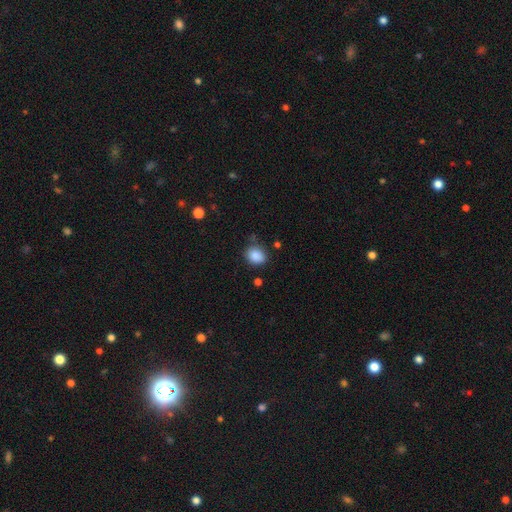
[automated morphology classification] Smooth or featured? Predicted: smooth (p=0.87). How rounded? Predicted: round (p=0.60). Merging? Predicted: none (p=0.76).